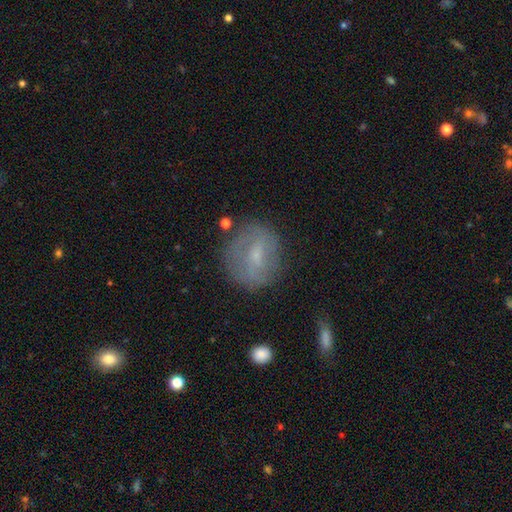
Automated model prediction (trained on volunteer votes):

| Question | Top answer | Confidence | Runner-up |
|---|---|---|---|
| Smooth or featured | smooth | 46% | featured or disk (45%) |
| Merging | none | 71% | minor disturbance (19%) |